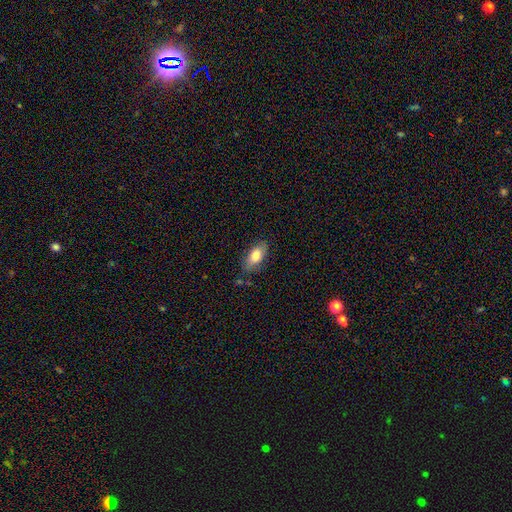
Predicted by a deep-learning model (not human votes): Q: Smooth or featured?
A: smooth (74%); runner-up: featured or disk (20%)
Q: How rounded?
A: in between (89%); runner-up: cigar-shaped (7%)
Q: Merging?
A: none (73%); runner-up: minor disturbance (20%)